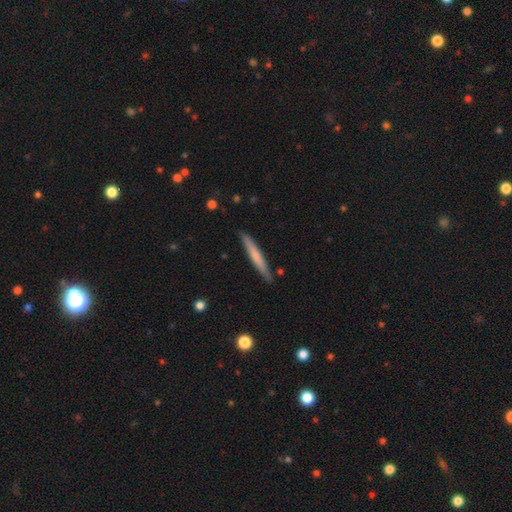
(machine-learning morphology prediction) Q: Smooth or featured?
A: smooth (61%); runner-up: featured or disk (34%)
Q: How rounded?
A: cigar-shaped (96%); runner-up: in between (3%)
Q: Merging?
A: none (88%); runner-up: minor disturbance (9%)